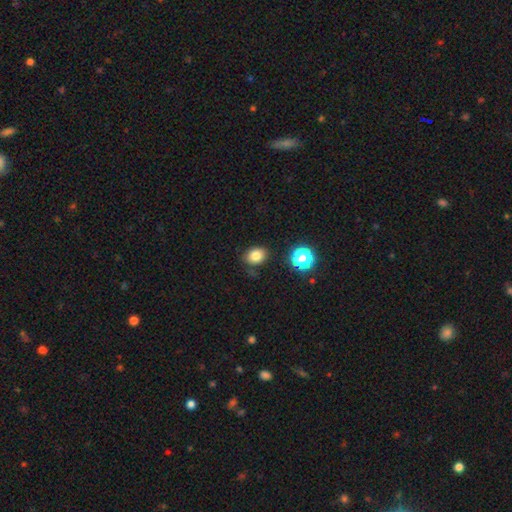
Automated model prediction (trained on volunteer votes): Smooth or featured?
  - smooth: 80% *
  - star or artifact: 14%
  - featured or disk: 7%
How rounded?
  - in between: 52% *
  - round: 47%
  - cigar-shaped: 1%
Merging?
  - none: 80% *
  - minor disturbance: 13%
  - major disturbance: 4%
  - merger: 3%